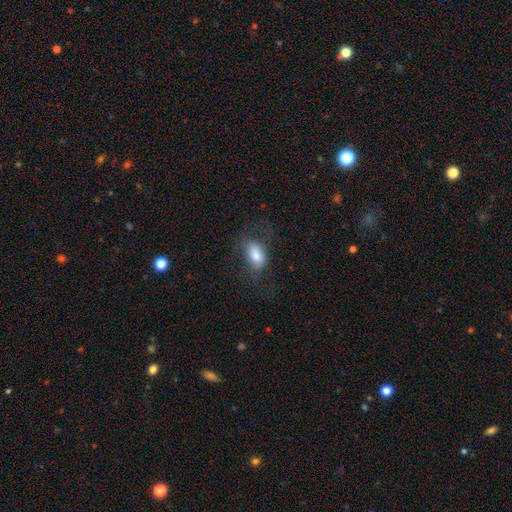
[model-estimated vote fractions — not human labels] A smooth galaxy with no disk features (75%) that is in between round and cigar-shaped (89%). Merging: none (58%).